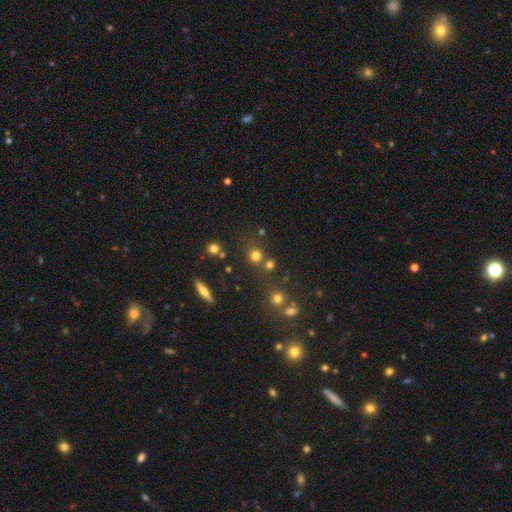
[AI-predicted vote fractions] smooth_or_featured: smooth (p=0.73) [alt: star or artifact p=0.18]
how_rounded: round (p=0.87) [alt: in between p=0.11]
merging: none (p=0.68) [alt: merger p=0.19]